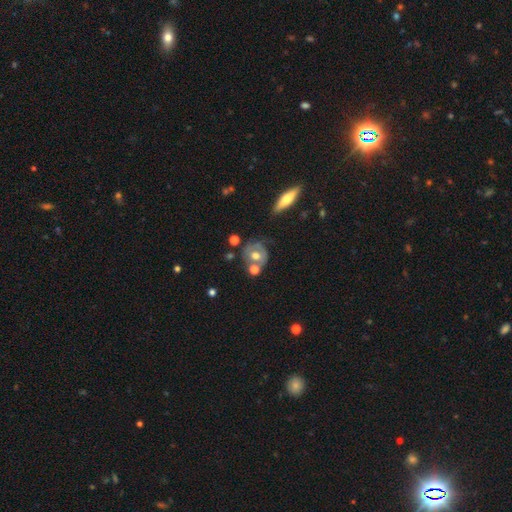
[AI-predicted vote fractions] Smooth or featured? featured or disk (51%)
Edge-on disk? no (92%)
Merging? none (54%)